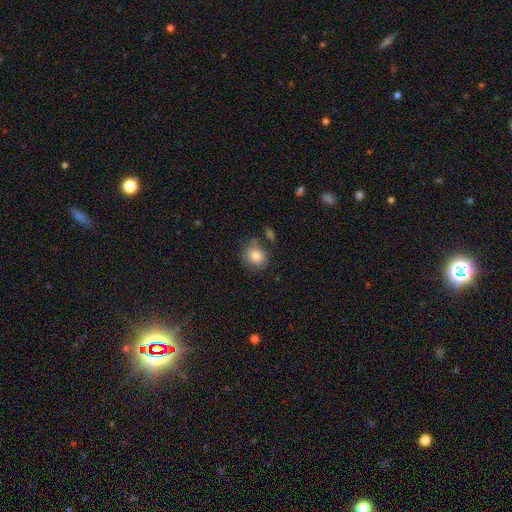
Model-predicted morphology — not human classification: Smooth or featured? smooth (83%)
How rounded? round (77%)
Merging? none (68%)